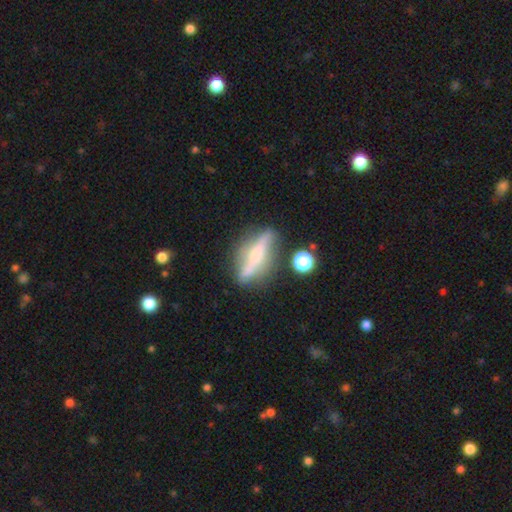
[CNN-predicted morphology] Overall: featured or disk (69%). Edge-on disk: yes (81%). Edge-on bulge: rounded (79%). Merging: none (74%).